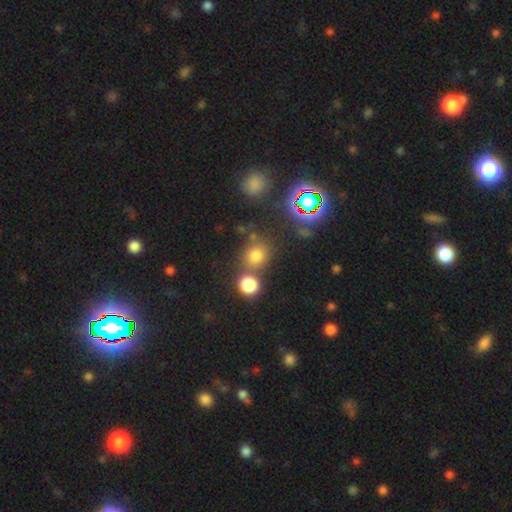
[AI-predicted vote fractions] This is likely a smooth galaxy (69%). How rounded: likely round (79%). Merging: likely none (62%).